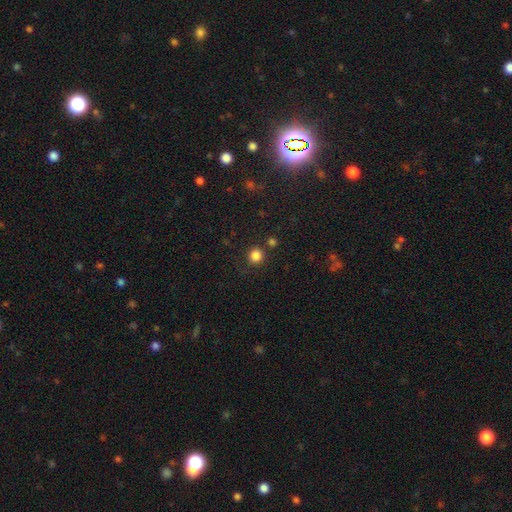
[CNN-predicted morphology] smooth 83%, star or artifact 13%, featured or disk 4%. Down the decision tree: how rounded — round (91%); merging — none (84%).